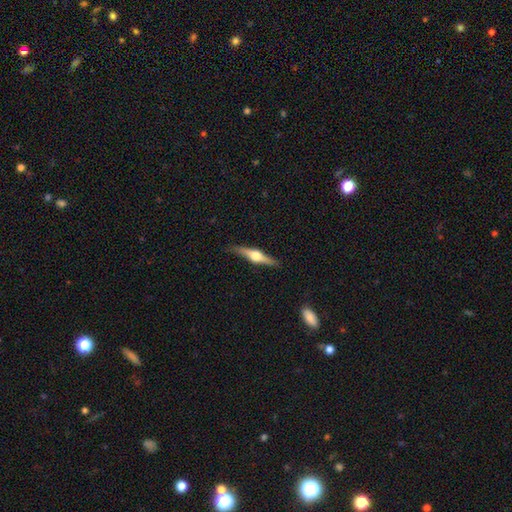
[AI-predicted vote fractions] This appears to be a featured or disk galaxy (78%) viewed edge-on (98%) with a rounded central bulge (95%). Merging: none (88%).